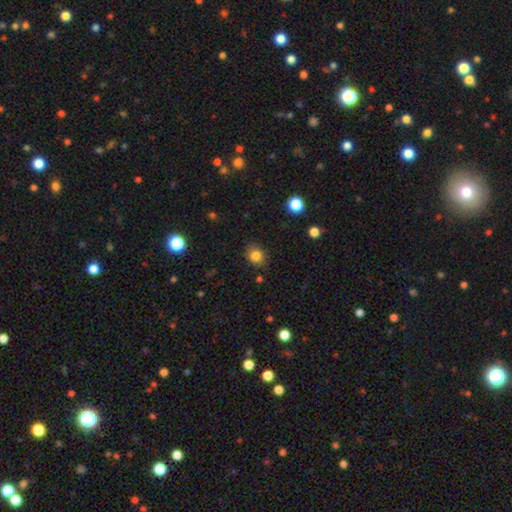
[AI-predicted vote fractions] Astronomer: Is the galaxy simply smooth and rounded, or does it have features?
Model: smooth — 82%.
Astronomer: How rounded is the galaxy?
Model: round — 65%.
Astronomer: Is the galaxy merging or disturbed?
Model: none — 83%.